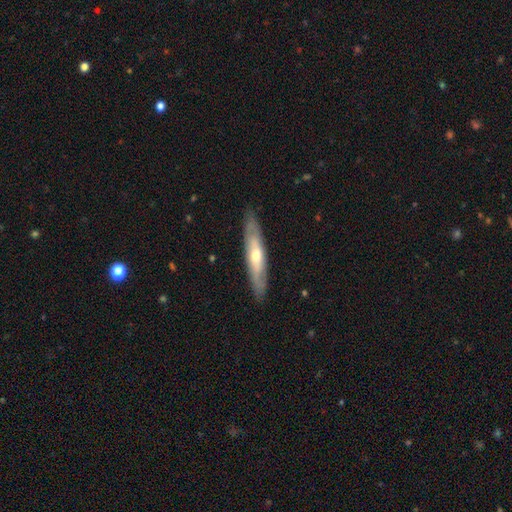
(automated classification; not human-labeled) Smooth or featured? featured or disk (55%)
Edge-on disk? yes (61%)
Merging? none (86%)